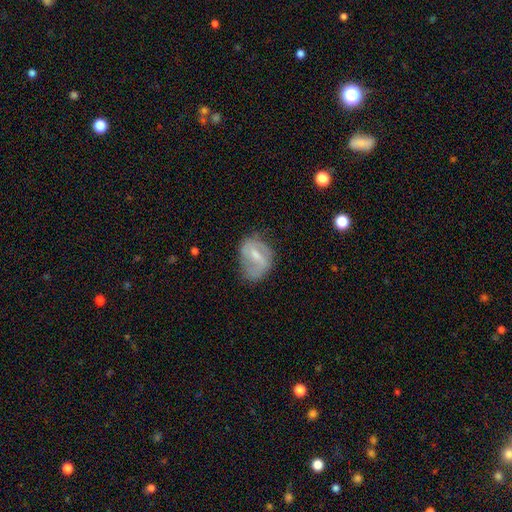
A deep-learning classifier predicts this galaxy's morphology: Smooth or featured? featured or disk (58%)
Edge-on disk? no (96%)
Bar? weak (50%)
Spiral arms? yes (66%)
Bulge size? small (43%)
Merging? none (53%)